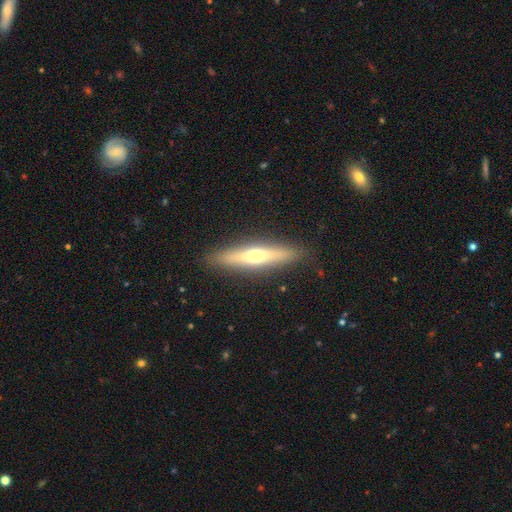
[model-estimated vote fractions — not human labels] Morphology: type=featured or disk (53%); edge-on=yes (91%); merging=none (90%).